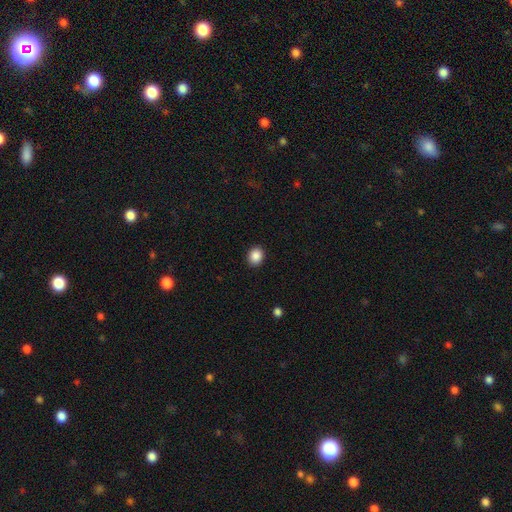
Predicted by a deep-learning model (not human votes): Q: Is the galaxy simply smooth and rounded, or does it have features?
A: smooth — 88%.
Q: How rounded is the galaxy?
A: round — 64%.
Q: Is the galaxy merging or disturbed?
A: none — 92%.